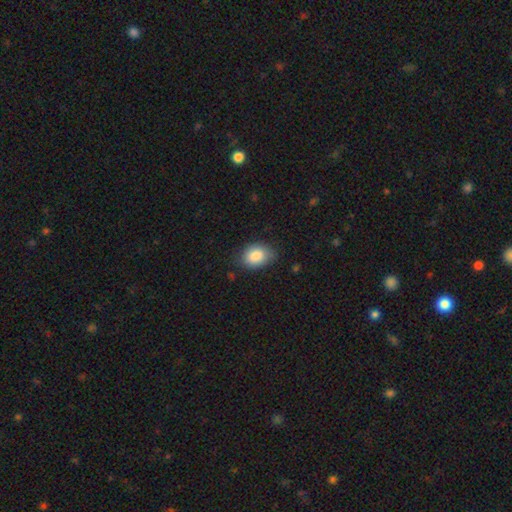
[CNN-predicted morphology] smooth 86%, star or artifact 7%, featured or disk 7%. Down the decision tree: how rounded — in between (78%); merging — none (74%).